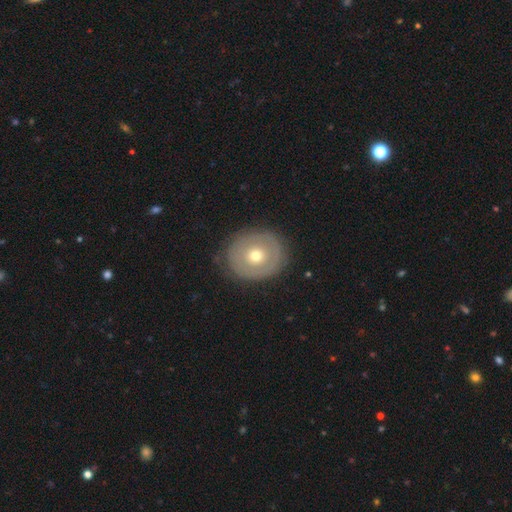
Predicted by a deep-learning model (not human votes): A smooth galaxy with no disk features (48%).

Vote fractions:
- Smooth or featured? smooth: 48% / featured or disk: 46% / star or artifact: 6%
- Merging? none: 81% / minor disturbance: 13% / major disturbance: 5% / merger: 1%